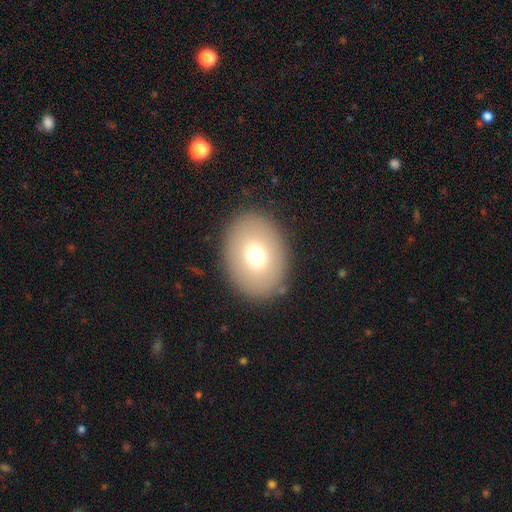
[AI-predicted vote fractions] A smooth galaxy with no disk features (69%) that is in between round and cigar-shaped (59%).

Vote fractions:
- Smooth or featured? smooth: 69% / featured or disk: 19% / star or artifact: 12%
- How rounded? in between: 59% / round: 40% / cigar-shaped: 1%
- Merging? none: 86% / minor disturbance: 8% / major disturbance: 5% / merger: 2%